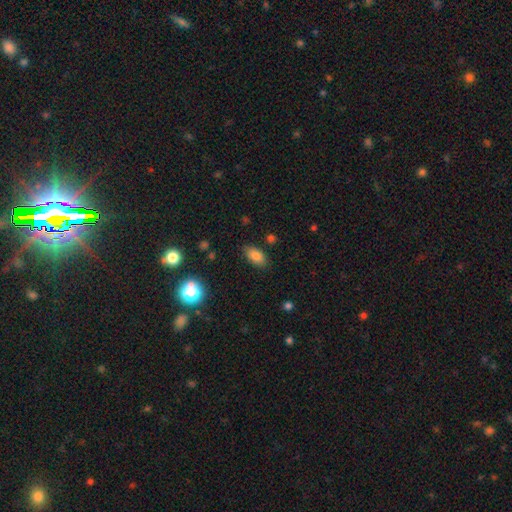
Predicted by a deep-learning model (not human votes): Smooth or featured: smooth — 81% (star or artifact — 11%)
How rounded: in between — 91% (round — 5%)
Merging: none — 84% (minor disturbance — 12%)